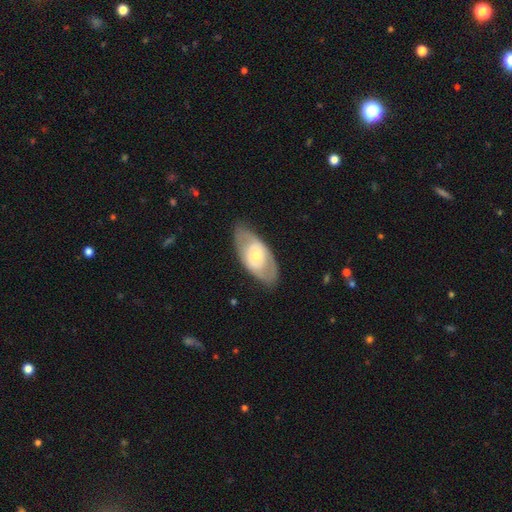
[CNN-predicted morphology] type=featured or disk (55%); edge-on=no (86%); merging=none (75%).